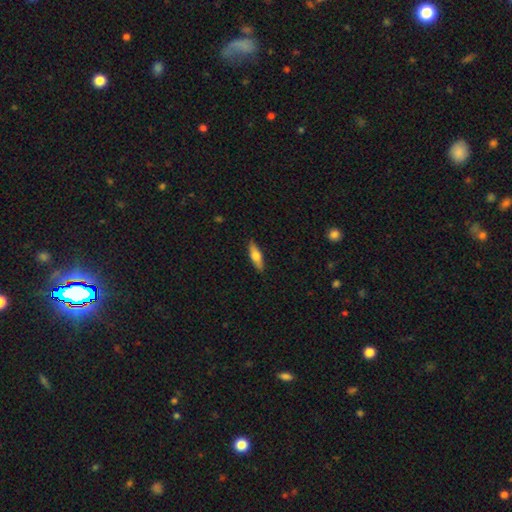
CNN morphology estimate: smooth 63%, featured or disk 31%, star or artifact 6%. Down the decision tree: how rounded — cigar-shaped (55%); merging — none (88%).